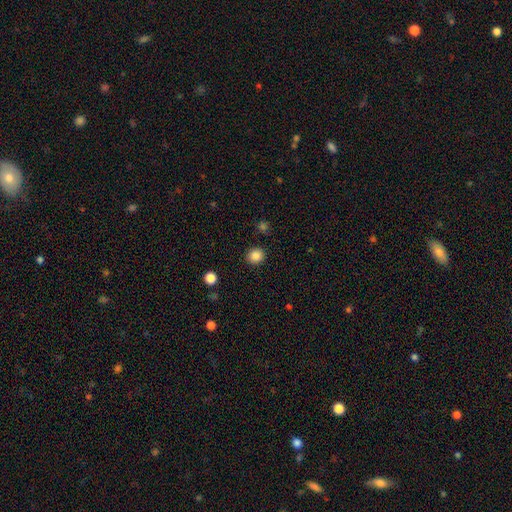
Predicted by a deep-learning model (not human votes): Smooth or featured?
  - smooth: 86% *
  - star or artifact: 10%
  - featured or disk: 4%
How rounded?
  - round: 84% *
  - in between: 15%
  - cigar-shaped: 1%
Merging?
  - none: 91% *
  - minor disturbance: 6%
  - major disturbance: 2%
  - merger: 1%